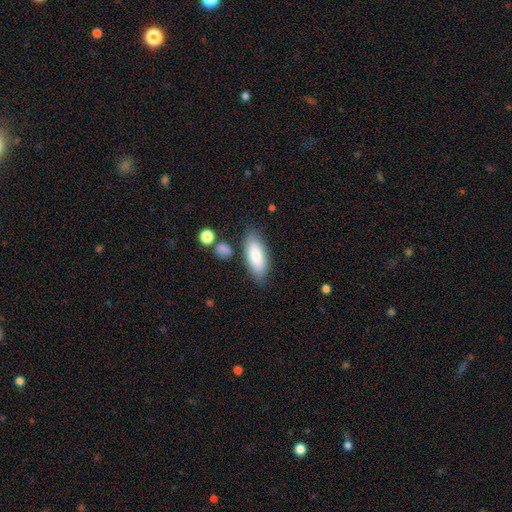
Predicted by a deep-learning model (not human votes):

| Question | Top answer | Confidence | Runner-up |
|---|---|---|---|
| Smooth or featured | smooth | 81% | featured or disk (13%) |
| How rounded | in between | 77% | cigar-shaped (21%) |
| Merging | none | 77% | minor disturbance (14%) |